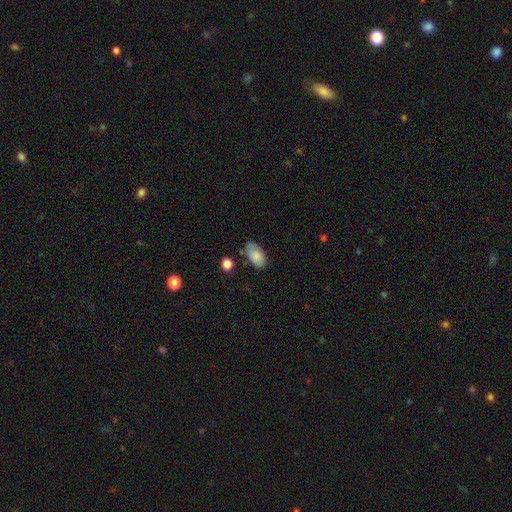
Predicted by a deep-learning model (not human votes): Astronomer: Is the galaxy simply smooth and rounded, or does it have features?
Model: smooth — 85%.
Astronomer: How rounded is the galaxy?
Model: in between — 94%.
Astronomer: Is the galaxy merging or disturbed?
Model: none — 70%.